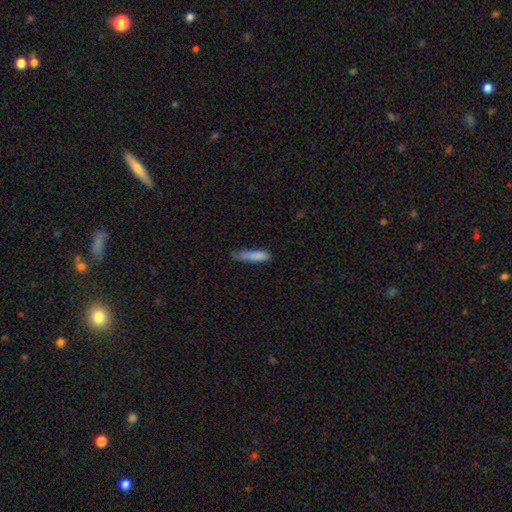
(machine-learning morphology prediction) smooth-or-featured: smooth: 81% | featured or disk: 12% | star or artifact: 8%
  how-rounded: cigar-shaped: 75% | in between: 23% | round: 2%
  merging: none: 44% | minor disturbance: 38% | major disturbance: 14% | merger: 5%